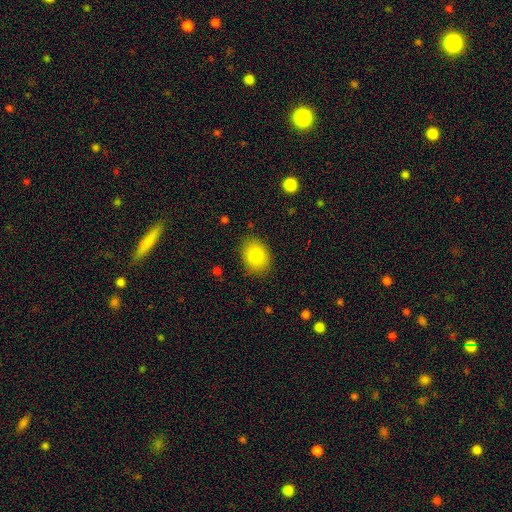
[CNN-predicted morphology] This appears to be a smooth galaxy with no disk features (83%) that is in between round and cigar-shaped (60%). Merging: none (84%).